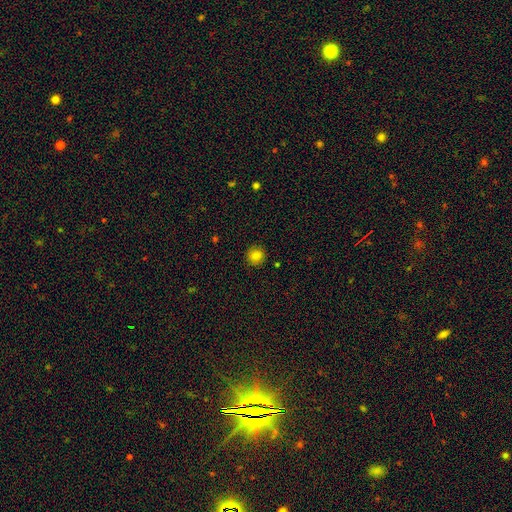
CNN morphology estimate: Smooth or featured? smooth (83%)
How rounded? round (92%)
Merging? none (91%)